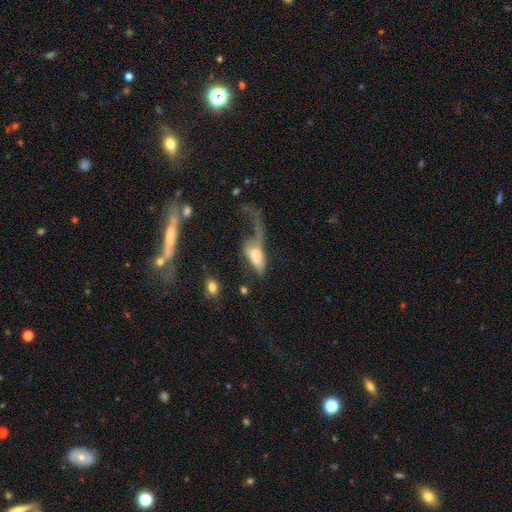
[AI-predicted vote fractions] Morphology: type=smooth (53%); roundness=in between (78%); merging=major disturbance (65%).